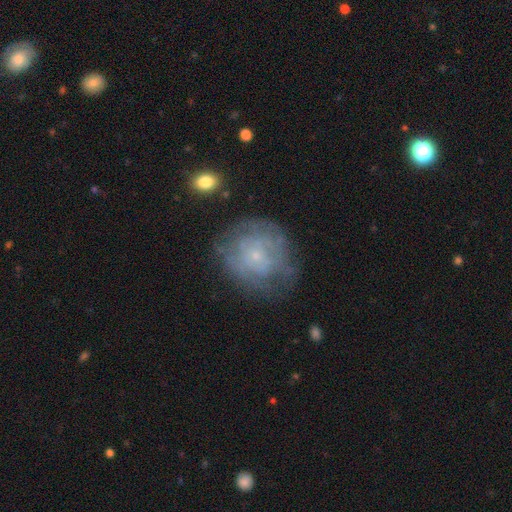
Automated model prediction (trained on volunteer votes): Morphology: type=featured or disk (56%); edge-on=no (97%); bar=no (85%); spiral arms=yes (55%); bulge=small (82%); merging=none (63%).